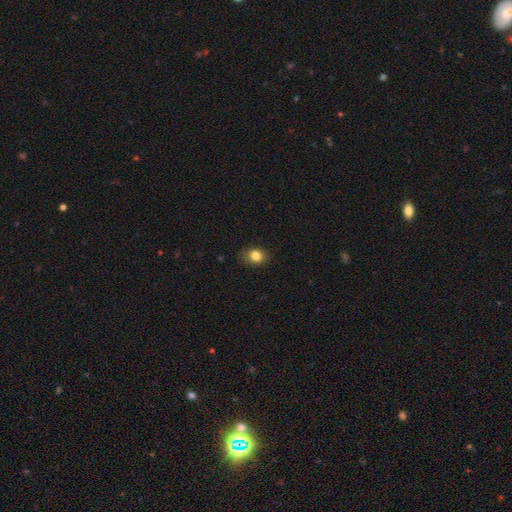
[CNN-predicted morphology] A smooth galaxy with no disk features (83%) that is round (52%). Merging: none (82%).